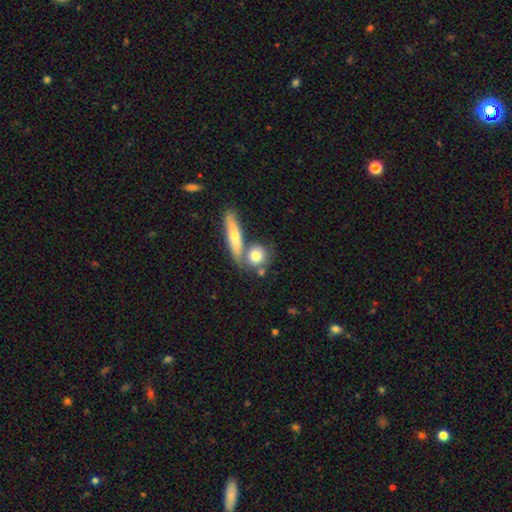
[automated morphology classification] Smooth or featured?
  - smooth: 73% *
  - featured or disk: 21%
  - star or artifact: 7%
How rounded?
  - round: 67% *
  - in between: 23%
  - cigar-shaped: 10%
Merging?
  - none: 52% *
  - merger: 33%
  - minor disturbance: 11%
  - major disturbance: 4%